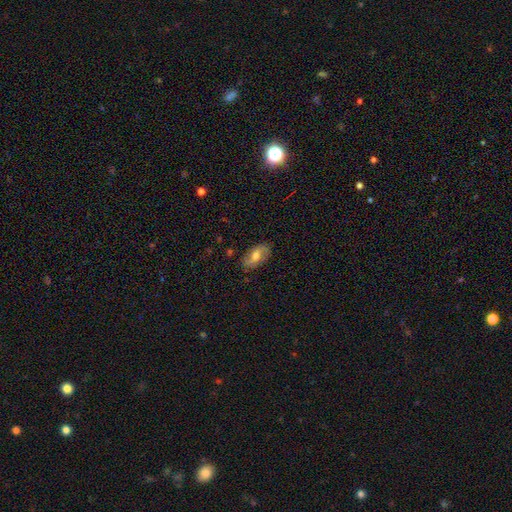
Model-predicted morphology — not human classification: This is possibly a featured or disk galaxy (49%). Merging: clearly none (82%).